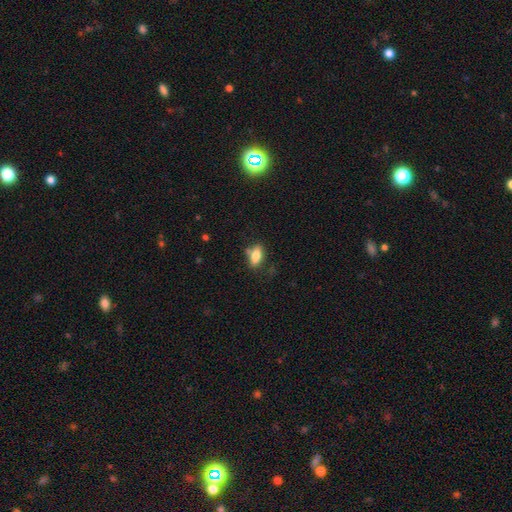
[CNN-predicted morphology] The model was most divided on "merging": none: 71%, minor disturbance: 17%, merger: 7%, major disturbance: 4%. More confident: how rounded — in between (83%); smooth or featured — smooth (77%).